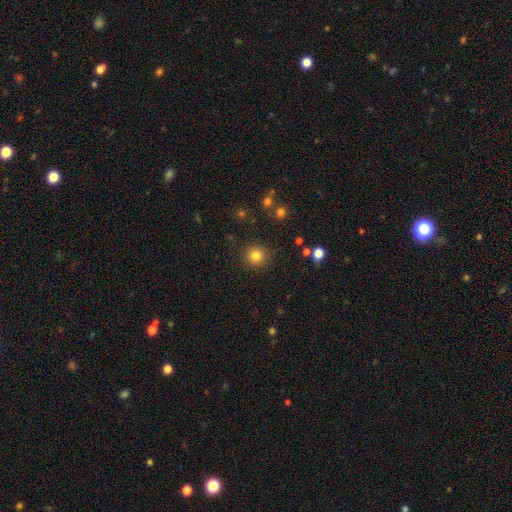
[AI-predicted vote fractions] Overall: smooth (83%). How rounded: round (93%). Merging: none (89%).